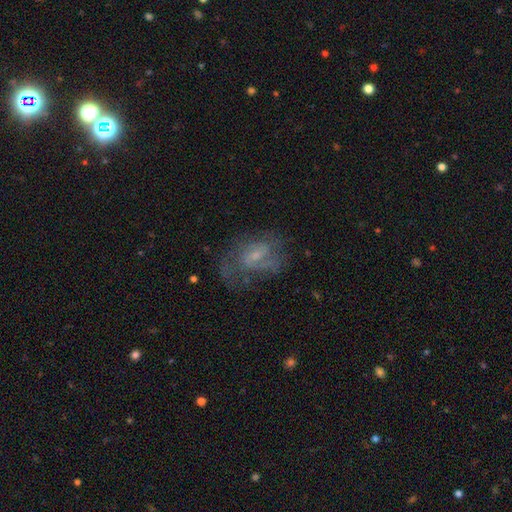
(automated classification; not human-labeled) smooth-or-featured: featured or disk: 67% | smooth: 23% | star or artifact: 10%
  disk-edge-on: no: 96% | yes: 4%
    bar: weak: 47% | no: 45% | strong: 9%
    has-spiral-arms: yes: 73% | no: 27%
    bulge-size: small: 59% | moderate: 26% | none: 12% | large: 2% | dominant: 1%
  merging: none: 47% | major disturbance: 28% | minor disturbance: 22% | merger: 2%